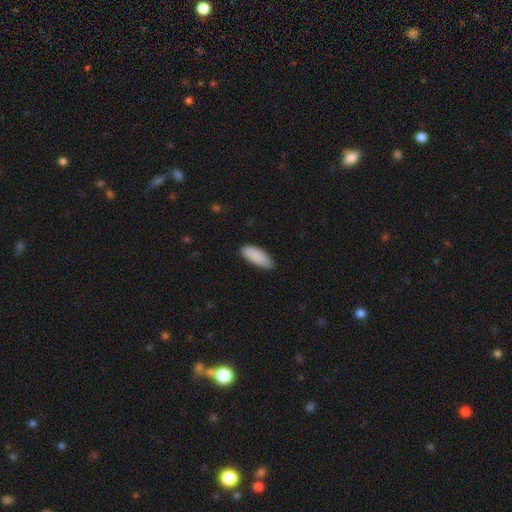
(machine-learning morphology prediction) This is clearly a smooth galaxy (89%). How rounded: clearly in between (81%). Merging: likely none (77%).